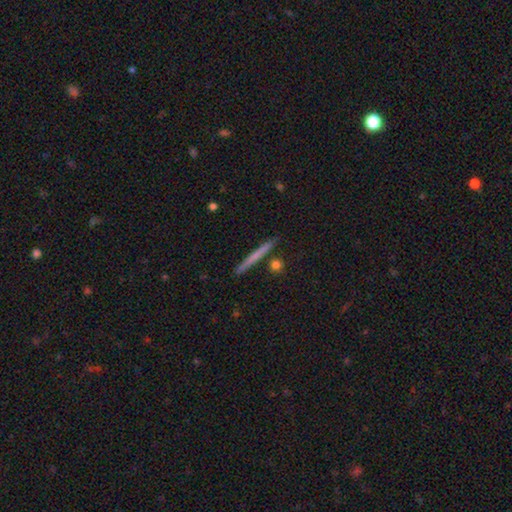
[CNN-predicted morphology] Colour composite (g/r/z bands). It shows a smooth galaxy with no disk features (56%) that is cigar-shaped (96%). Merging: none (88%).